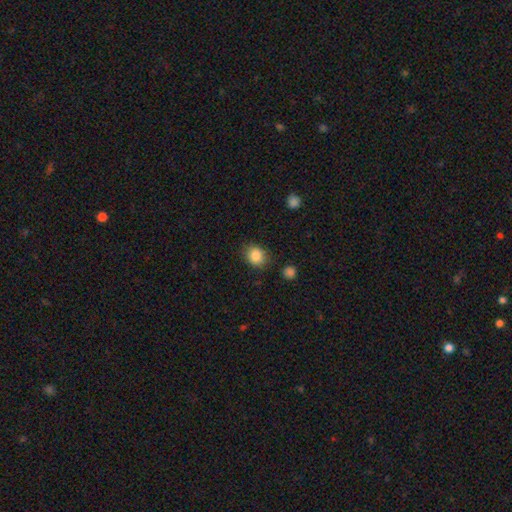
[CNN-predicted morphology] This appears to be a smooth galaxy with no disk features (85%) that is round (65%). Merging: none (82%).